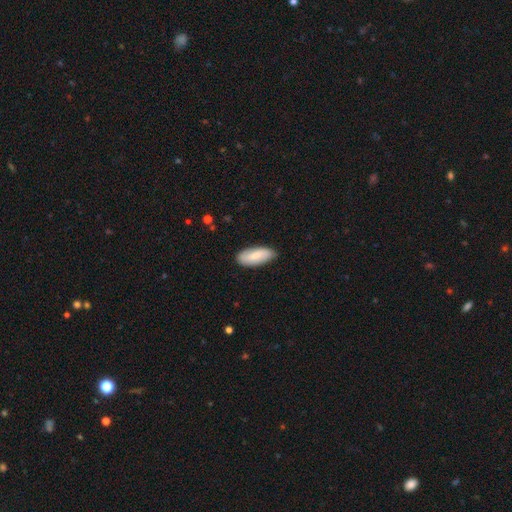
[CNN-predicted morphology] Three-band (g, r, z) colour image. It shows a smooth galaxy with no disk features (80%) that is in between round and cigar-shaped (82%). Merging: none (84%).